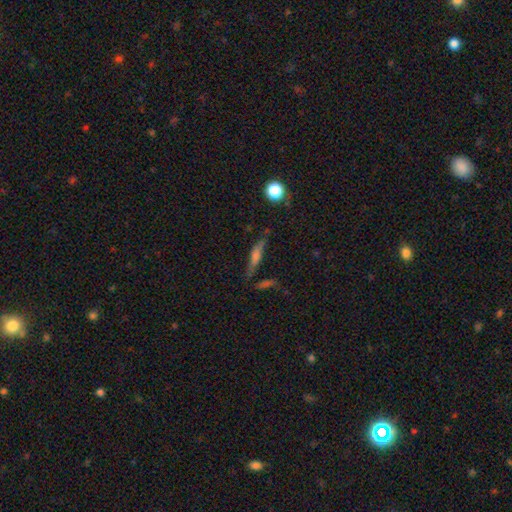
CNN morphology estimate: smooth-or-featured: featured or disk: 48% | smooth: 40% | star or artifact: 12%
  merging: none: 73% | minor disturbance: 16% | major disturbance: 6% | merger: 6%